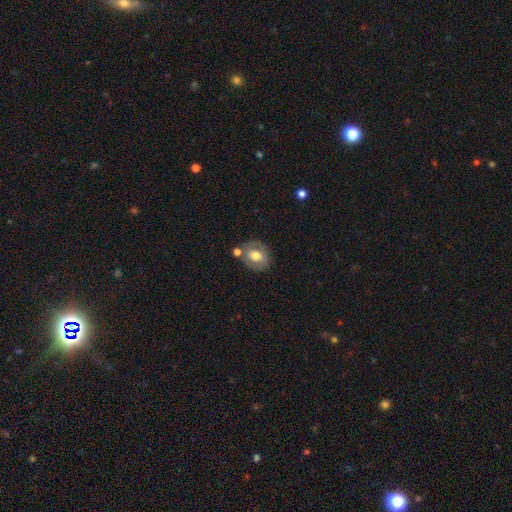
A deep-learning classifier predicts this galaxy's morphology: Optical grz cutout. It shows a smooth galaxy with no disk features (59%) that is round (54%). Merging: none (64%).